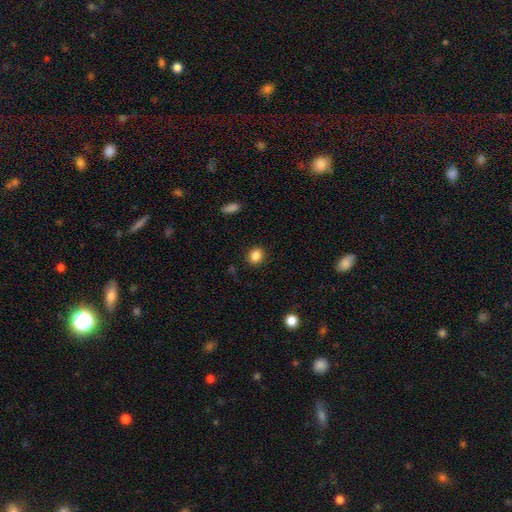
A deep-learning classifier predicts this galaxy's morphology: Smooth or featured?
  - smooth: 86% *
  - star or artifact: 10%
  - featured or disk: 4%
How rounded?
  - round: 62% *
  - in between: 37%
  - cigar-shaped: 1%
Merging?
  - none: 89% *
  - minor disturbance: 8%
  - major disturbance: 2%
  - merger: 1%